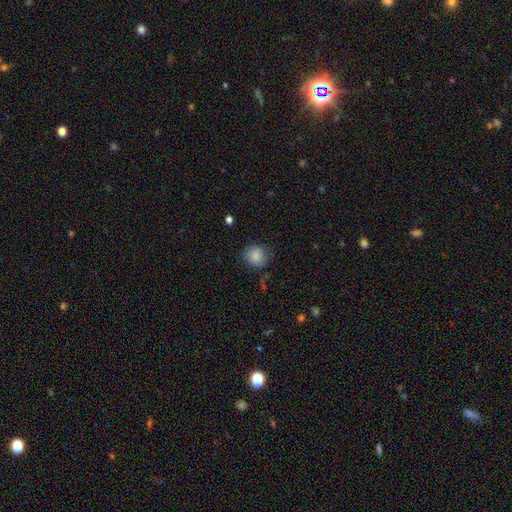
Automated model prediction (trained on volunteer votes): A smooth galaxy with no disk features (86%) that is round (80%).

Vote fractions:
- Smooth or featured? smooth: 86% / star or artifact: 9% / featured or disk: 6%
- How rounded? round: 80% / in between: 19% / cigar-shaped: 1%
- Merging? none: 80% / minor disturbance: 15% / major disturbance: 4% / merger: 1%